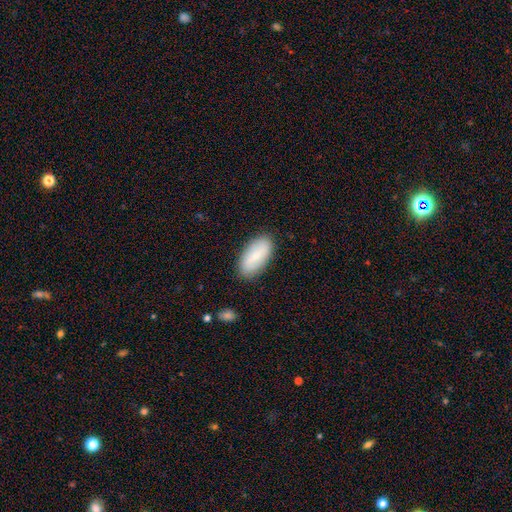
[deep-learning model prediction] Smooth or featured? smooth (69%)
How rounded? in between (92%)
Merging? none (86%)